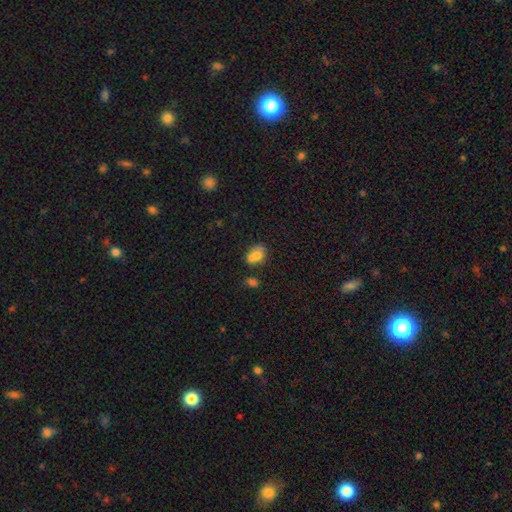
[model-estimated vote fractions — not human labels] Smooth or featured?
  - smooth: 68% *
  - featured or disk: 20%
  - star or artifact: 12%
How rounded?
  - in between: 61% *
  - round: 37%
  - cigar-shaped: 2%
Merging?
  - none: 39% *
  - merger: 38%
  - minor disturbance: 17%
  - major disturbance: 7%